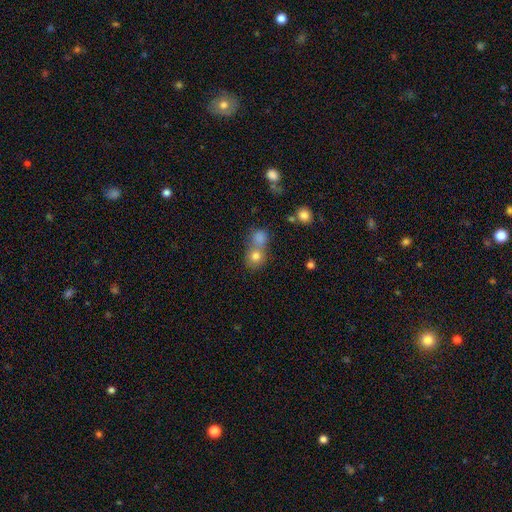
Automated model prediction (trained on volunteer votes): smooth_or_featured: smooth (p=0.77) [alt: star or artifact p=0.13]
how_rounded: round (p=0.78) [alt: in between p=0.21]
merging: merger (p=0.49) [alt: none p=0.40]